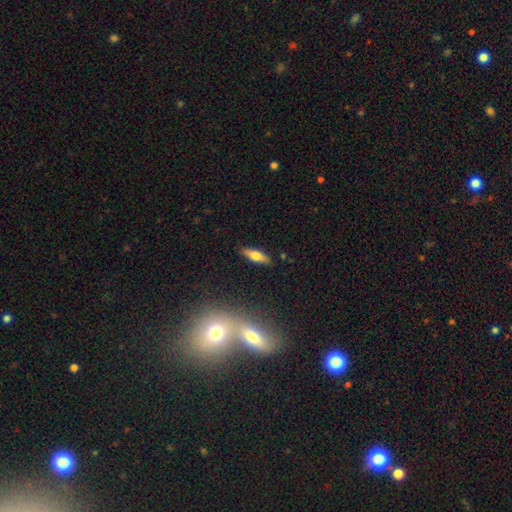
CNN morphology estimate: This appears to be a smooth galaxy with no disk features (61%) that is in between round and cigar-shaped (51%). Merging: none (87%).